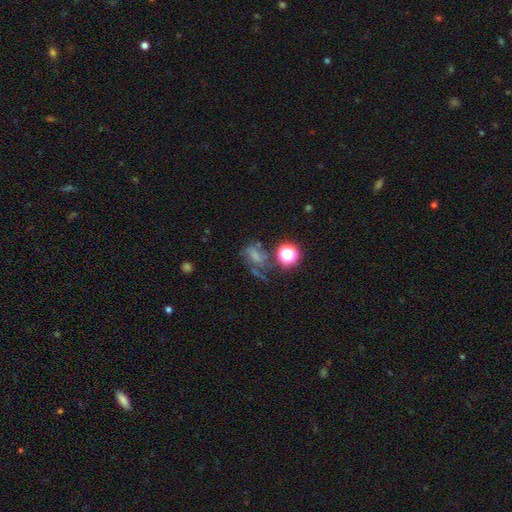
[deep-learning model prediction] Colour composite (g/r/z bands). It shows a smooth galaxy with no disk features (44%). Merging: none (37%).